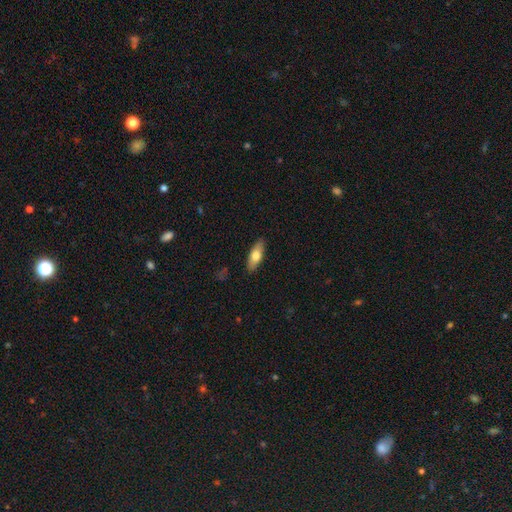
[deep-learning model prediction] Smooth or featured? Predicted: smooth (p=0.69). How rounded? Predicted: in between (p=0.67). Merging? Predicted: none (p=0.88).